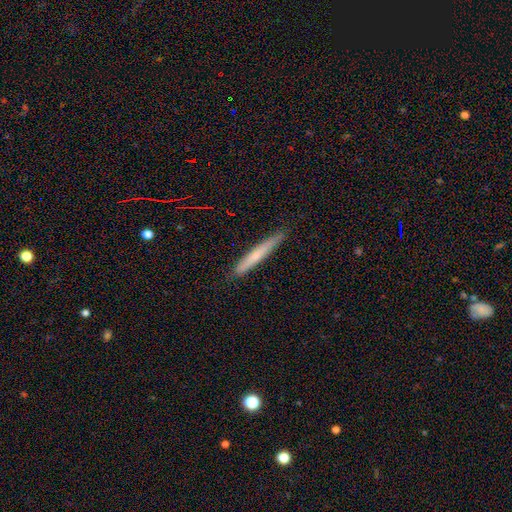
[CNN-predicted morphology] This appears to be a smooth galaxy with no disk features (63%) that is cigar-shaped (96%). Merging: none (88%).